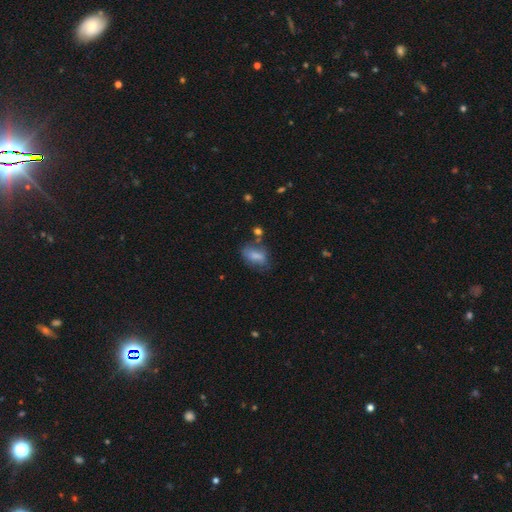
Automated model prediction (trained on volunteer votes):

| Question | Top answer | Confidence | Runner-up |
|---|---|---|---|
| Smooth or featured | smooth | 67% | featured or disk (23%) |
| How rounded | in between | 84% | round (10%) |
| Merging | none | 53% | minor disturbance (27%) |